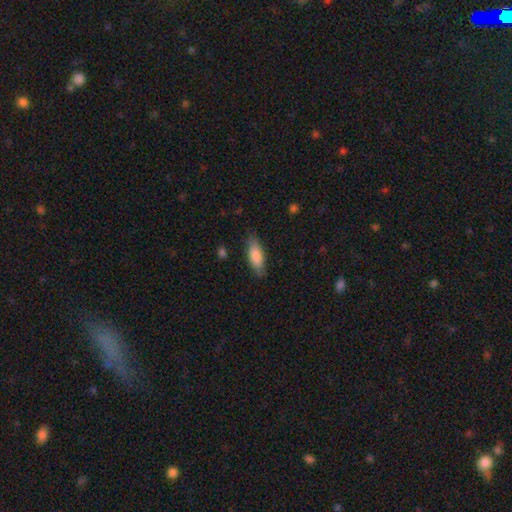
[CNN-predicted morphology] Smooth or featured? smooth (81%)
How rounded? in between (68%)
Merging? none (81%)